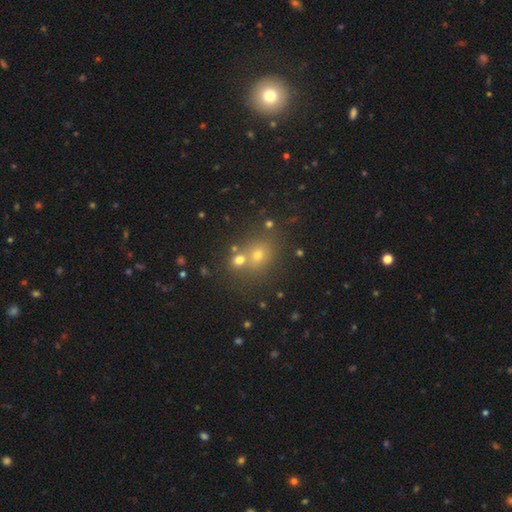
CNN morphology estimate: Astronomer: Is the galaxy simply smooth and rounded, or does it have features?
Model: smooth — 59%.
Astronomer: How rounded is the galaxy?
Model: round — 74%.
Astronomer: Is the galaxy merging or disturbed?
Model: none — 58%.